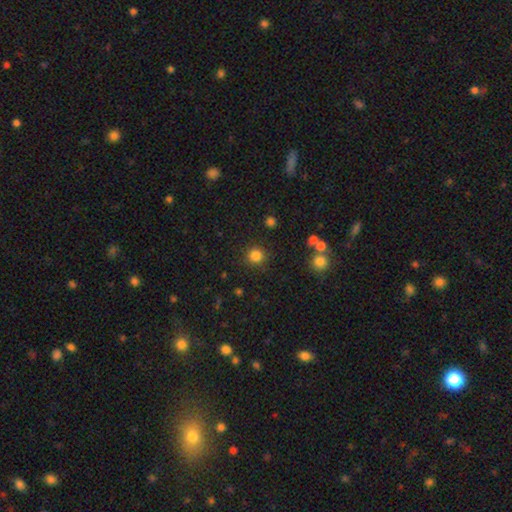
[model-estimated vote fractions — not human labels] Q: Smooth or featured?
A: smooth (83%); runner-up: star or artifact (13%)
Q: How rounded?
A: round (93%); runner-up: in between (7%)
Q: Merging?
A: none (88%); runner-up: minor disturbance (7%)